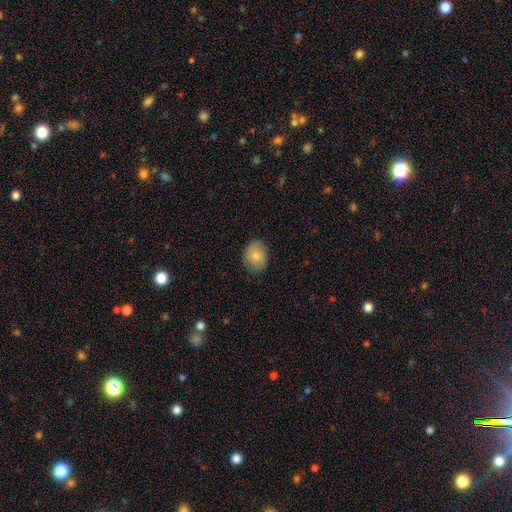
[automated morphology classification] type=smooth (80%); roundness=in between (52%); merging=none (79%).